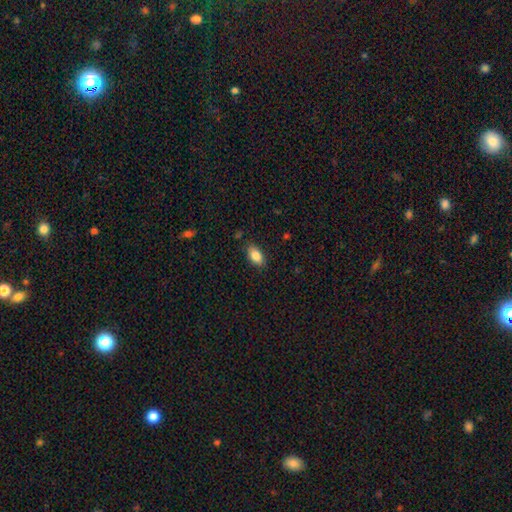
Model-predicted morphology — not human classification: Smooth or featured?
  - smooth: 84% *
  - featured or disk: 8%
  - star or artifact: 8%
How rounded?
  - in between: 91% *
  - round: 5%
  - cigar-shaped: 4%
Merging?
  - none: 84% *
  - minor disturbance: 12%
  - major disturbance: 3%
  - merger: 1%